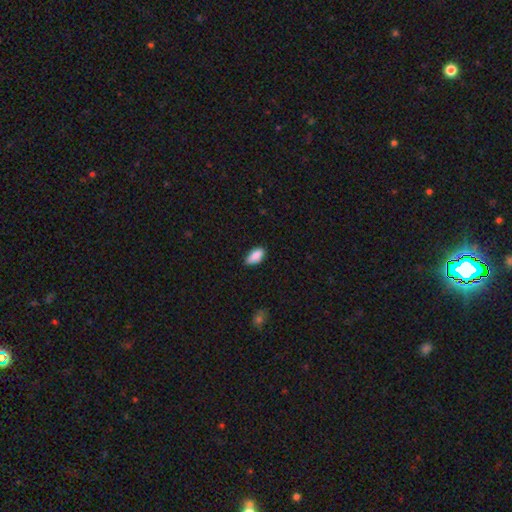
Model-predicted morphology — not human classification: Smooth or featured: smooth — 87% (star or artifact — 7%)
How rounded: in between — 86% (cigar-shaped — 11%)
Merging: none — 73% (minor disturbance — 22%)